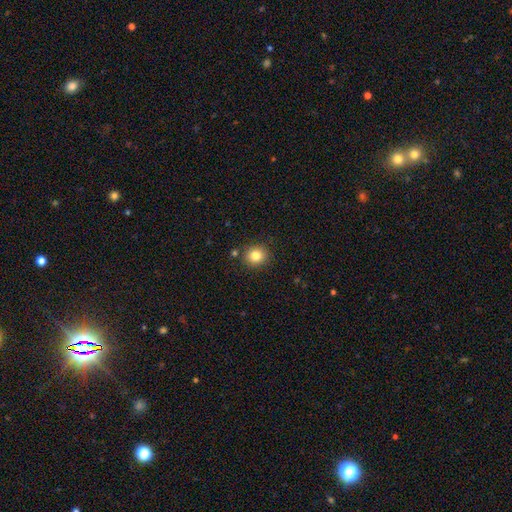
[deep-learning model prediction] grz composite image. It shows a smooth galaxy with no disk features (82%) that is round (86%). Merging: none (86%).